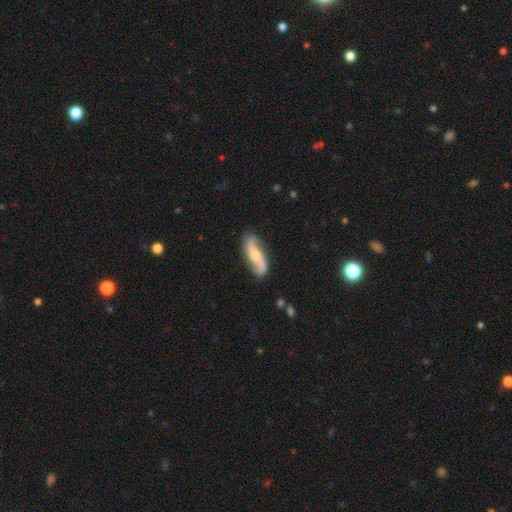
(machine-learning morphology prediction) type=featured or disk (74%); edge-on=no (90%); bar=no (47%); spiral arms=yes (94%); winding=loose (71%); arm count=2 (90%); bulge=moderate (52%); merging=none (78%).